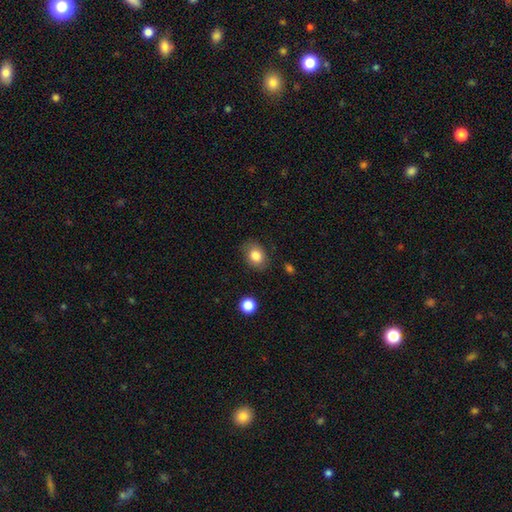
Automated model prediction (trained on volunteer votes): This is clearly a smooth galaxy (82%). How rounded: likely in between (60%). Merging: clearly none (81%).